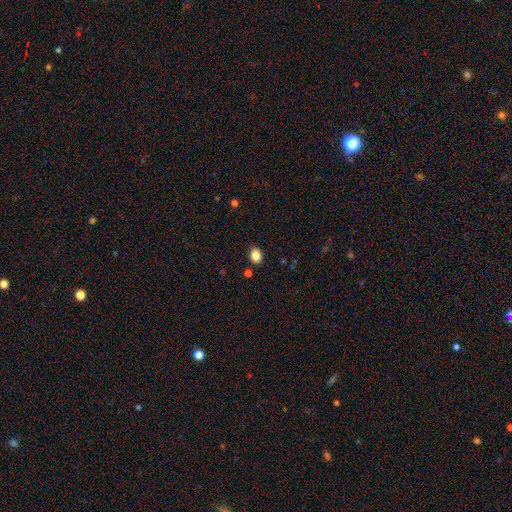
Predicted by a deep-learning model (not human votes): Smooth or featured?
  - smooth: 86% *
  - star or artifact: 10%
  - featured or disk: 4%
How rounded?
  - in between: 59% *
  - round: 41%
  - cigar-shaped: 1%
Merging?
  - none: 87% *
  - minor disturbance: 9%
  - merger: 3%
  - major disturbance: 2%